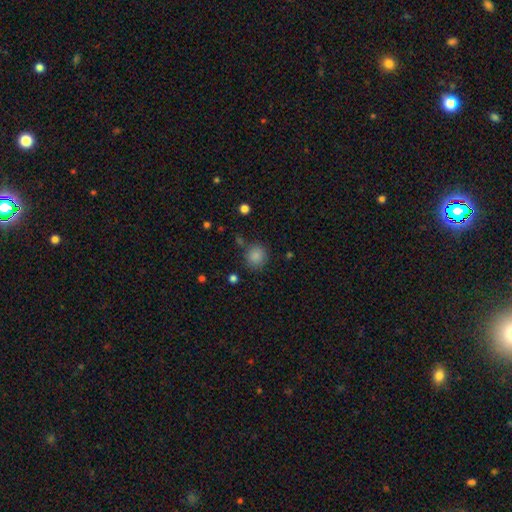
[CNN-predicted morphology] A smooth galaxy with no disk features (85%) that is round (89%). Merging: none (80%).